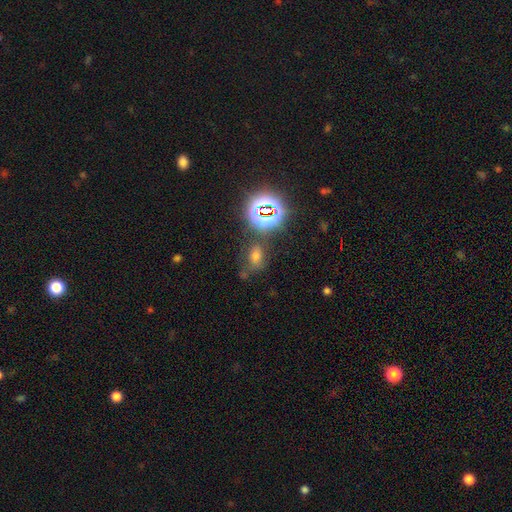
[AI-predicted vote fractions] Morphology: type=smooth (51%); roundness=in between (72%); merging=none (65%).